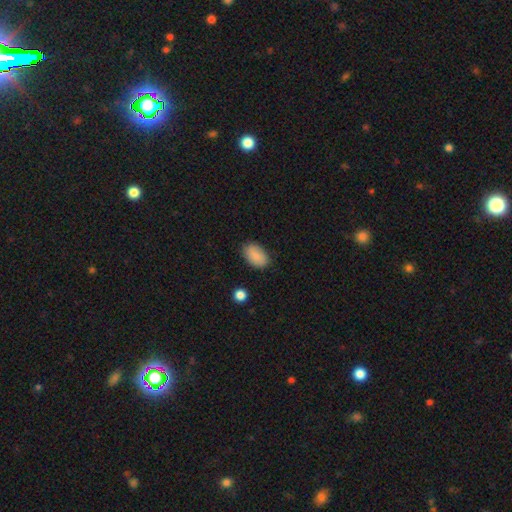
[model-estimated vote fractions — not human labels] Smooth or featured? smooth (87%)
How rounded? in between (92%)
Merging? none (84%)